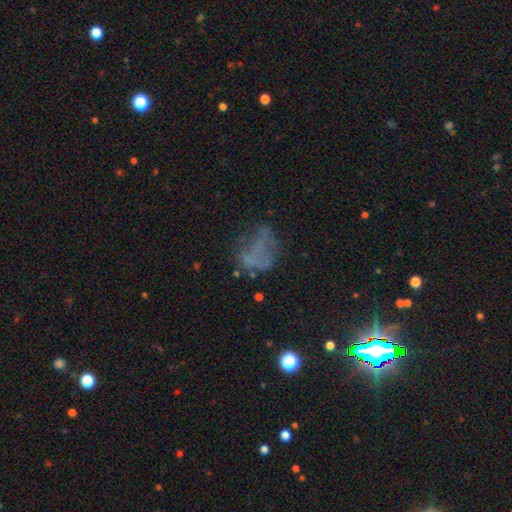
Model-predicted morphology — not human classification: Q: Smooth or featured?
A: featured or disk (39%); runner-up: smooth (38%)
Q: Merging?
A: none (37%); runner-up: major disturbance (36%)